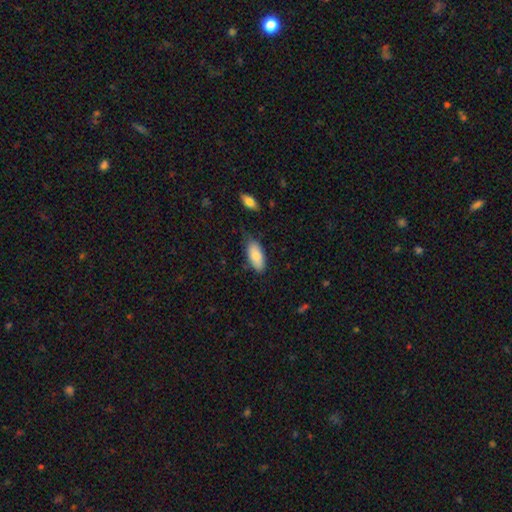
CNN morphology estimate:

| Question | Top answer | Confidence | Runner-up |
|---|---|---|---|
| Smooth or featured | smooth | 83% | featured or disk (11%) |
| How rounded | in between | 88% | cigar-shaped (10%) |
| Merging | none | 74% | minor disturbance (20%) |